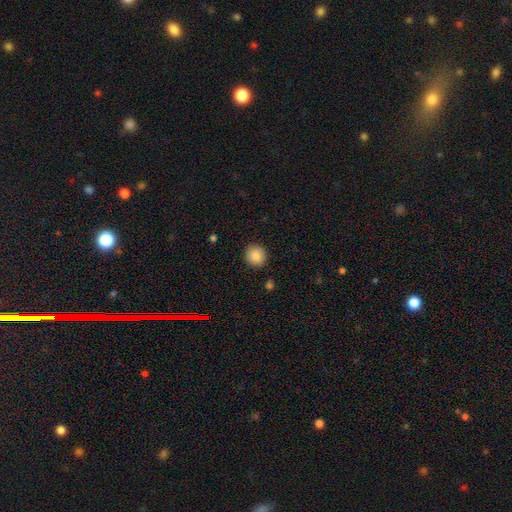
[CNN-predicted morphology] Q: Smooth or featured?
A: smooth (88%); runner-up: star or artifact (8%)
Q: How rounded?
A: round (92%); runner-up: in between (7%)
Q: Merging?
A: none (91%); runner-up: minor disturbance (6%)